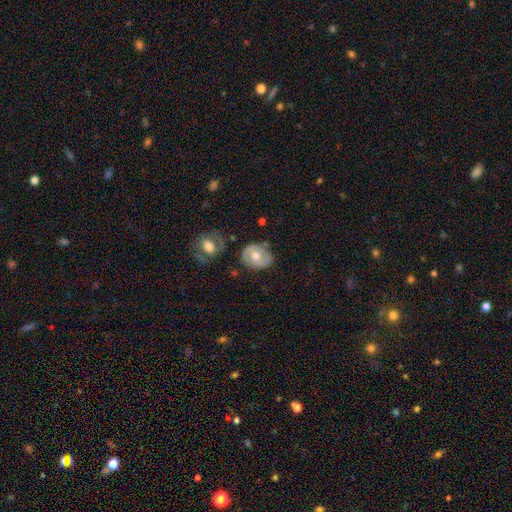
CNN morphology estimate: Smooth or featured? featured or disk (51%)
Edge-on disk? no (96%)
Merging? none (70%)